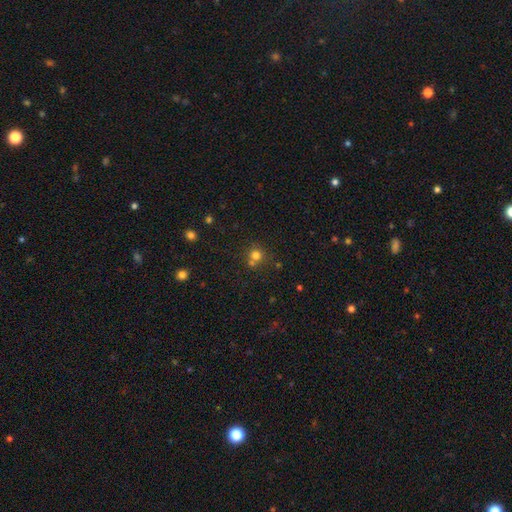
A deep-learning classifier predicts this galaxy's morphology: Overall: smooth (73%). How rounded: round (89%). Merging: none (59%; merger 30%).